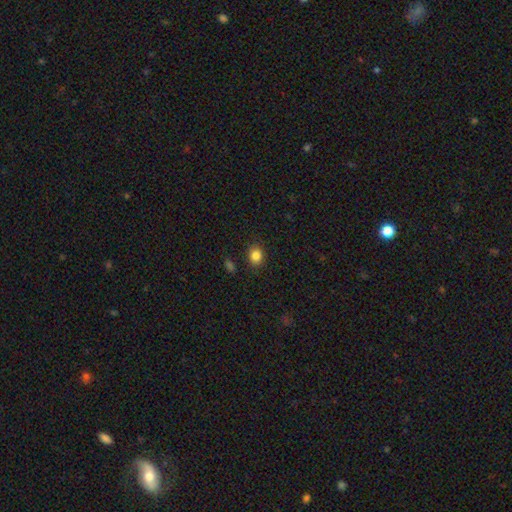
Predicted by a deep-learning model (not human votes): Overall: smooth (84%). How rounded: round (55%; in between 45%). Merging: none (87%).